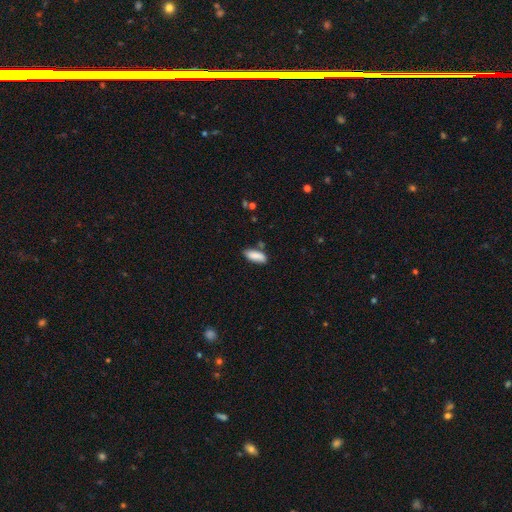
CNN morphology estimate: smooth_or_featured: smooth (p=0.86) [alt: featured or disk p=0.07]
how_rounded: in between (p=0.74) [alt: cigar-shaped p=0.24]
merging: none (p=0.72) [alt: minor disturbance p=0.18]